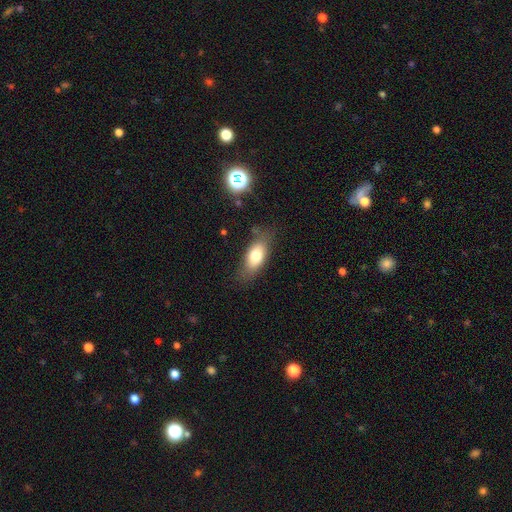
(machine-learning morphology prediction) Overall: smooth (74%). How rounded: in between (83%). Merging: none (73%).